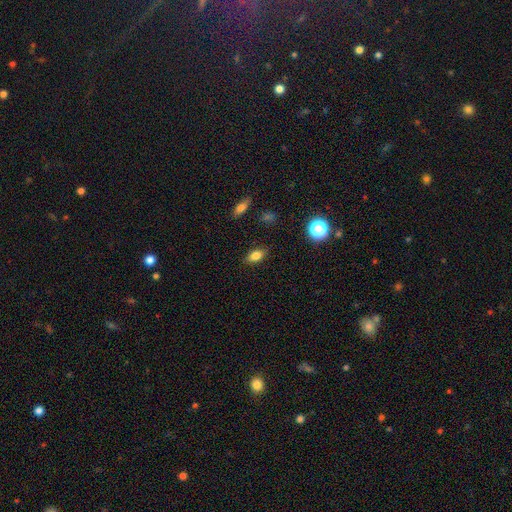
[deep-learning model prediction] A smooth galaxy with no disk features (81%) that is in between round and cigar-shaped (84%). Merging: none (86%).